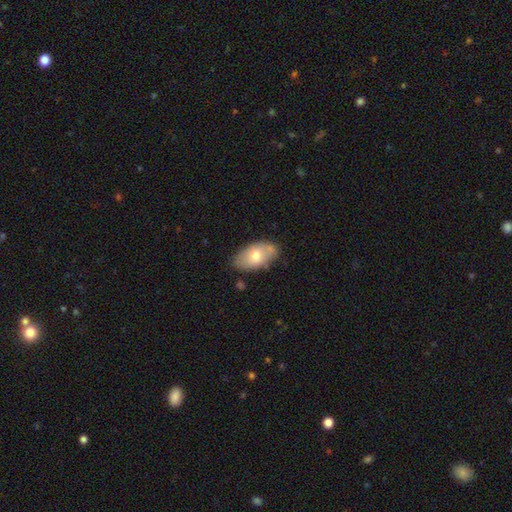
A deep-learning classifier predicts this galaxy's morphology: Overall: smooth (68%). How rounded: in between (93%). Merging: none (72%).